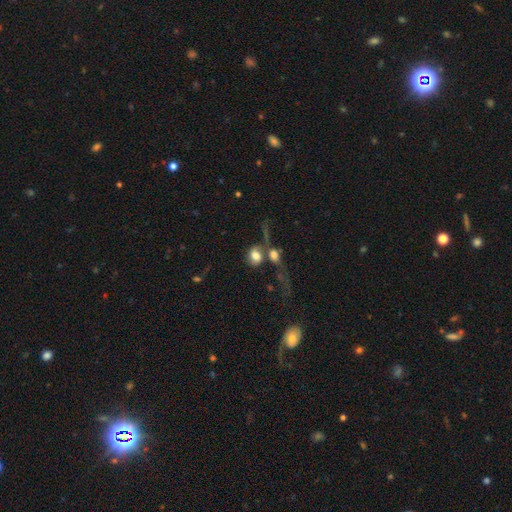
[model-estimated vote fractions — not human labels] A smooth galaxy with no disk features (66%) that is round (49%).

Vote fractions:
- Smooth or featured? smooth: 66% / featured or disk: 24% / star or artifact: 9%
- How rounded? round: 49% / in between: 48% / cigar-shaped: 2%
- Merging? merger: 48% / none: 24% / major disturbance: 18% / minor disturbance: 10%